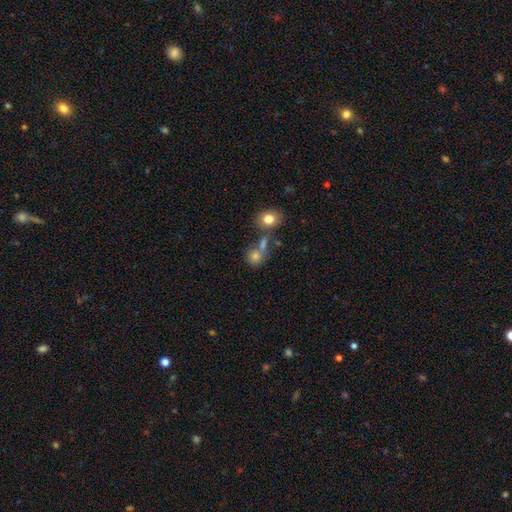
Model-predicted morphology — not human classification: Smooth or featured?
  - smooth: 71% *
  - star or artifact: 17%
  - featured or disk: 12%
How rounded?
  - round: 77% *
  - in between: 21%
  - cigar-shaped: 1%
Merging?
  - none: 51% *
  - merger: 33%
  - minor disturbance: 10%
  - major disturbance: 5%